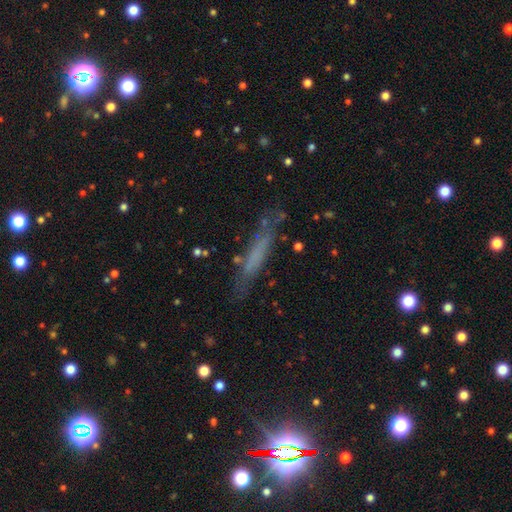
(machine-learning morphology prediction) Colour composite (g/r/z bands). It shows a smooth galaxy with no disk features (51%) that is cigar-shaped (88%). Merging: none (72%).